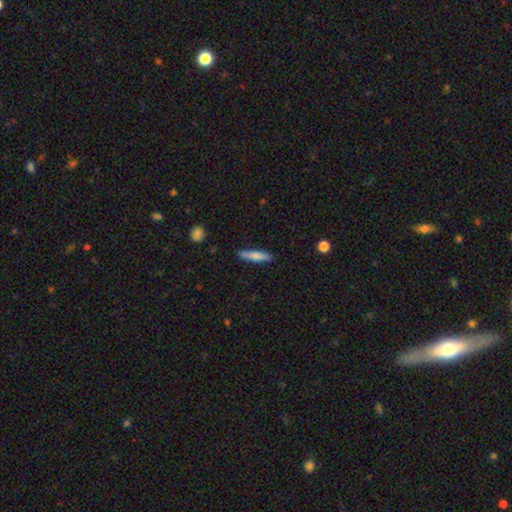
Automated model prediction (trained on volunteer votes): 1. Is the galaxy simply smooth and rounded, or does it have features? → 75% smooth, 19% featured or disk, 6% star or artifact.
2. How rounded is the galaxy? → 86% cigar-shaped, 13% in between, 2% round.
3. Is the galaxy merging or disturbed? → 87% none, 10% minor disturbance, 2% major disturbance, 1% merger.